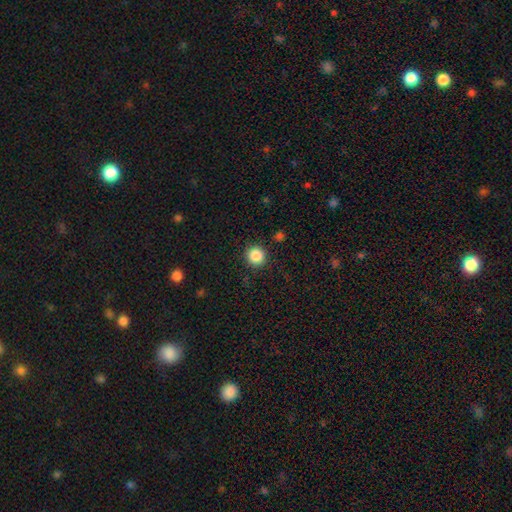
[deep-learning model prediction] Smooth or featured?
  - smooth: 86% *
  - star or artifact: 10%
  - featured or disk: 4%
How rounded?
  - round: 92% *
  - in between: 7%
  - cigar-shaped: 1%
Merging?
  - none: 90% *
  - minor disturbance: 6%
  - major disturbance: 2%
  - merger: 1%